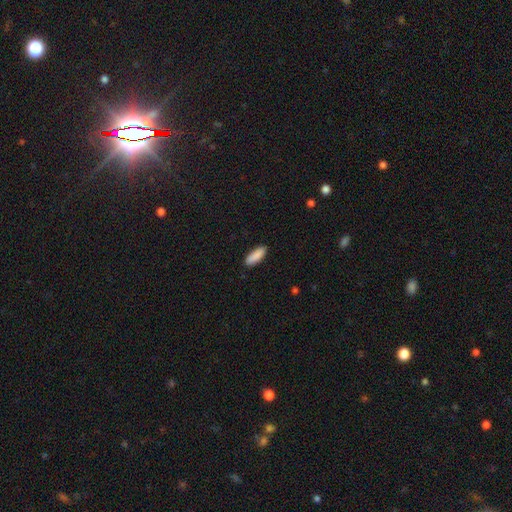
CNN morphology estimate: This is clearly a smooth galaxy (90%). How rounded: likely in between (61%). Merging: clearly none (89%).